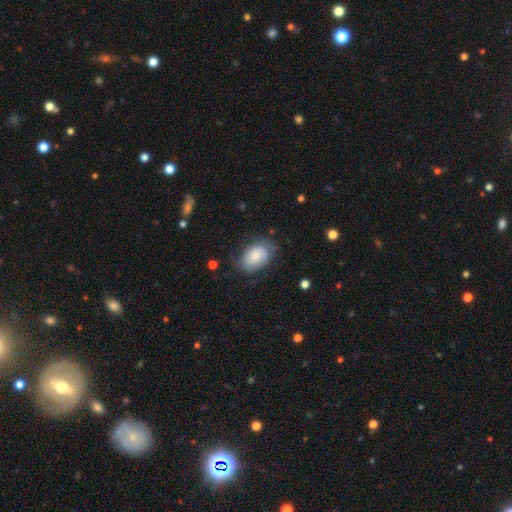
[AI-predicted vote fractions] smooth-or-featured: smooth: 72% | featured or disk: 21% | star or artifact: 7%
  how-rounded: in between: 83% | round: 15% | cigar-shaped: 1%
  merging: none: 62% | minor disturbance: 26% | major disturbance: 10% | merger: 2%